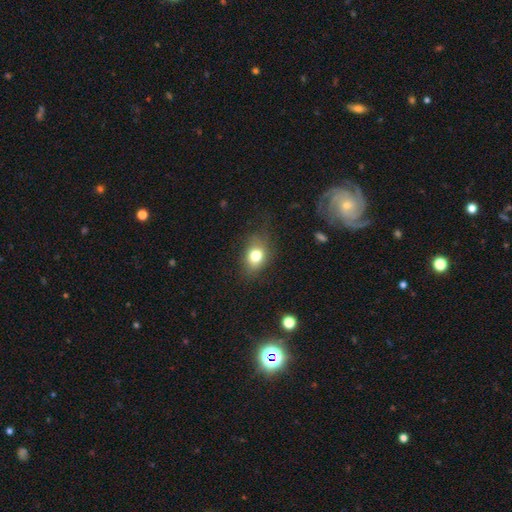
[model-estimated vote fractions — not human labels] Q: Smooth or featured?
A: smooth (76%); runner-up: featured or disk (12%)
Q: How rounded?
A: in between (58%); runner-up: round (41%)
Q: Merging?
A: none (69%); runner-up: minor disturbance (20%)